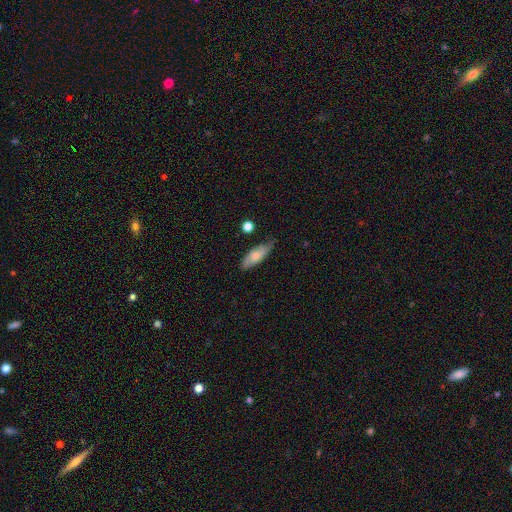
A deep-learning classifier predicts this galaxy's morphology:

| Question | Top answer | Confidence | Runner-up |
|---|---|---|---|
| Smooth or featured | smooth | 63% | featured or disk (30%) |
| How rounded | in between | 67% | cigar-shaped (30%) |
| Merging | none | 66% | minor disturbance (26%) |